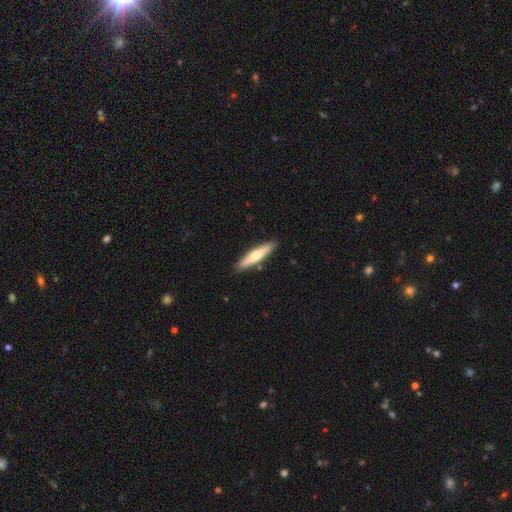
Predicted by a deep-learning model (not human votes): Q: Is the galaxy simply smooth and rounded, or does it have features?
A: smooth — 52%.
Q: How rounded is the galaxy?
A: cigar-shaped — 85%.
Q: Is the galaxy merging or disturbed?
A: none — 88%.